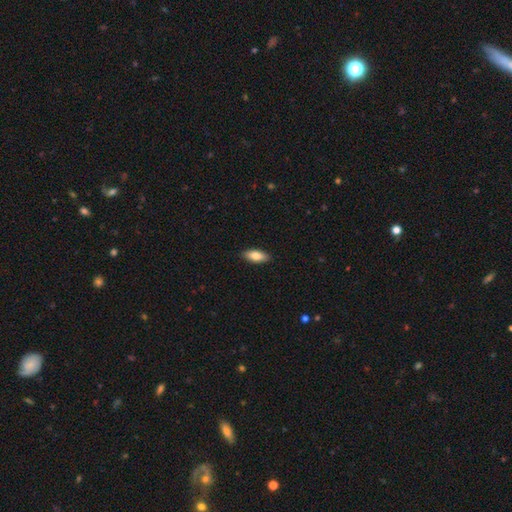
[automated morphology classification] Smooth or featured: smooth — 84% (featured or disk — 10%)
How rounded: in between — 83% (cigar-shaped — 15%)
Merging: none — 89% (minor disturbance — 8%)